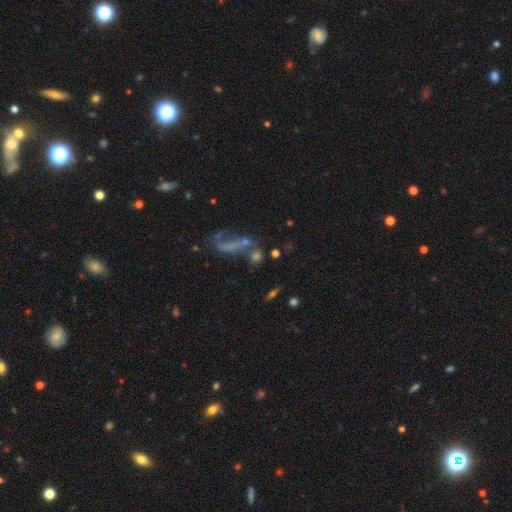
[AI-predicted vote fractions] Morphology: type=smooth (45%); merging=none (36%).